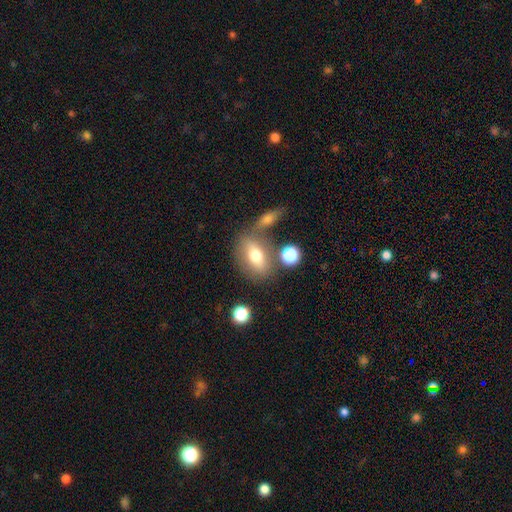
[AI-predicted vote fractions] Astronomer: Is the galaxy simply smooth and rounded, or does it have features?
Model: smooth — 66%.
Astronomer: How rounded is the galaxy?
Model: in between — 79%.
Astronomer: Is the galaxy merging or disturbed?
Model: none — 58%.